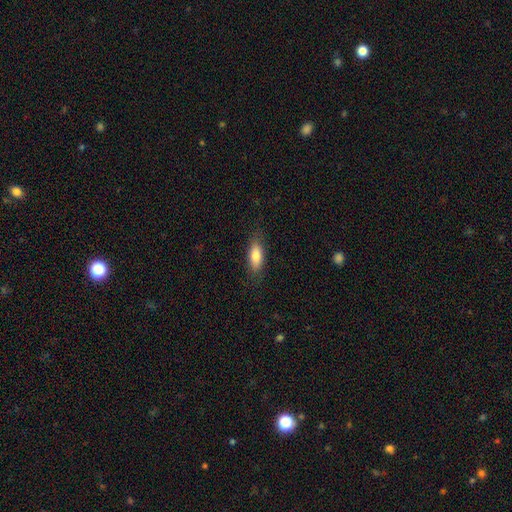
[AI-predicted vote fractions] A smooth galaxy with no disk features (79%) that is in between round and cigar-shaped (74%).

Vote fractions:
- Smooth or featured? smooth: 79% / featured or disk: 14% / star or artifact: 7%
- How rounded? in between: 74% / cigar-shaped: 23% / round: 3%
- Merging? none: 83% / minor disturbance: 13% / major disturbance: 3% / merger: 1%